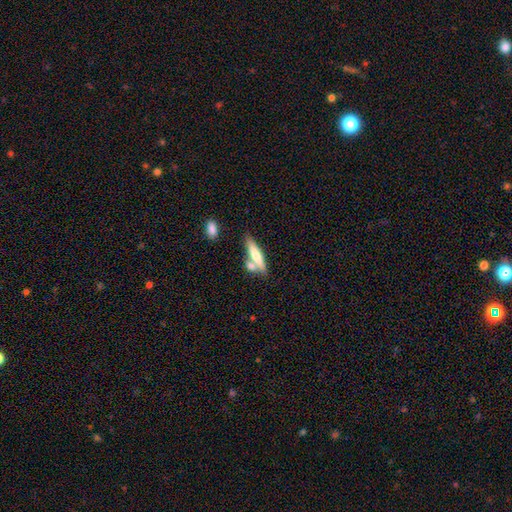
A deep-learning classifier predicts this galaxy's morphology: Smooth or featured? smooth (60%)
How rounded? cigar-shaped (76%)
Merging? none (55%)